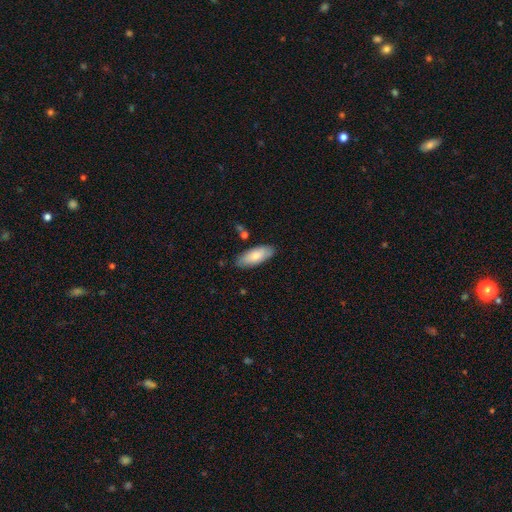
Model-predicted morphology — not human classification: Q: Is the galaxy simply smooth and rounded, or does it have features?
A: smooth — 78%.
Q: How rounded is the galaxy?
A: in between — 82%.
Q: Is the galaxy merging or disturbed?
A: none — 83%.